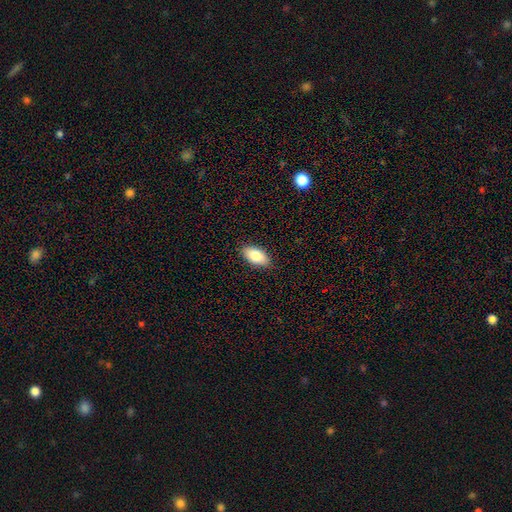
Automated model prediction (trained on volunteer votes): smooth-or-featured: smooth: 84% | featured or disk: 9% | star or artifact: 7%
  how-rounded: in between: 93% | cigar-shaped: 4% | round: 3%
  merging: none: 88% | minor disturbance: 9% | major disturbance: 2% | merger: 1%